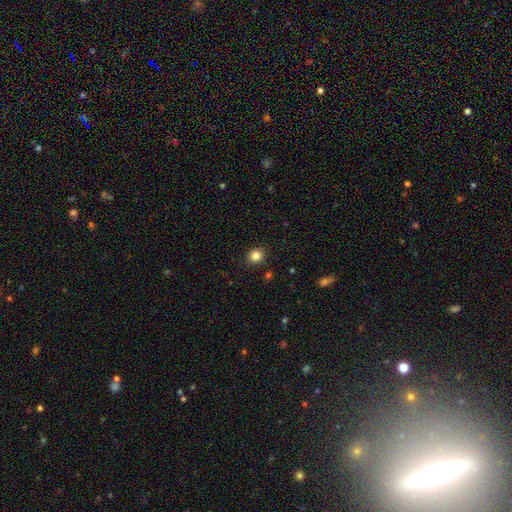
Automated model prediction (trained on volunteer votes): The model was most divided on "how rounded": round: 76%, in between: 23%, cigar-shaped: 1%. More confident: merging — none (90%); smooth or featured — smooth (84%).